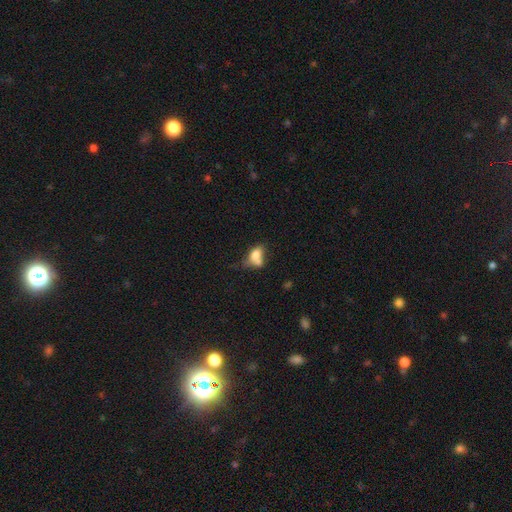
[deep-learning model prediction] The model was most divided on "merging": merger: 41%, none: 26%, minor disturbance: 19%, major disturbance: 14%. More confident: how rounded — in between (77%); smooth or featured — smooth (72%).